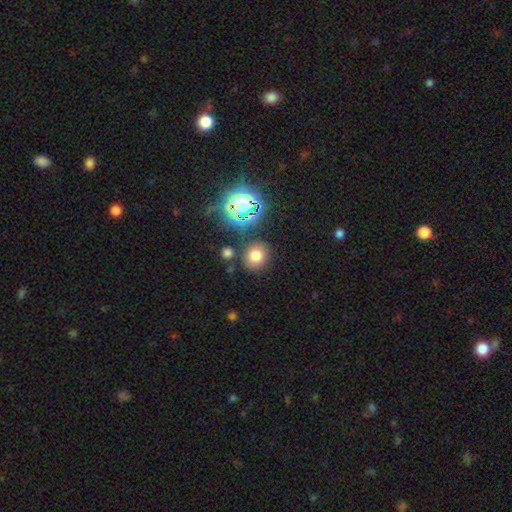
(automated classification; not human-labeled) Smooth or featured? smooth (71%)
How rounded? round (74%)
Merging? none (82%)